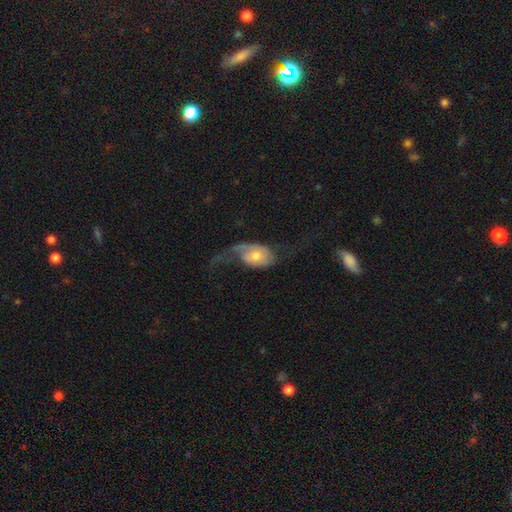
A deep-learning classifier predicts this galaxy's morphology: This appears to be a featured or disk galaxy (54%) with no bar (73%), spiral arms (73%) and a moderate central bulge (57%). Merging: major disturbance (55%).